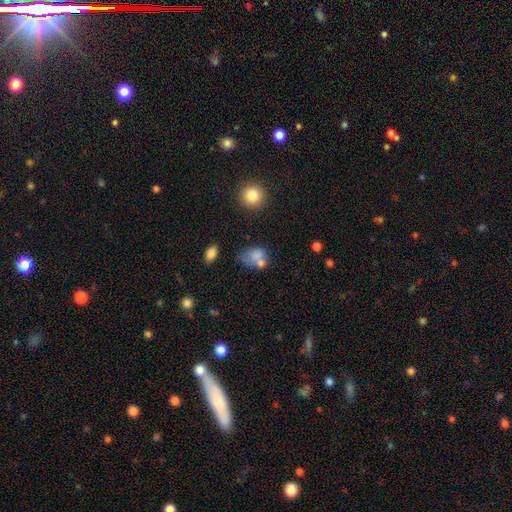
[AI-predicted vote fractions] Morphology: type=smooth (72%); roundness=in between (66%); merging=merger (31%, tied with none).